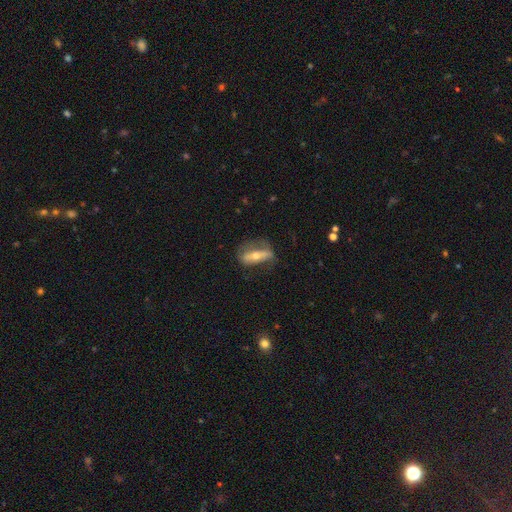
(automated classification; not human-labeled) This appears to be a featured or disk galaxy (59%). Merging: none (56%).